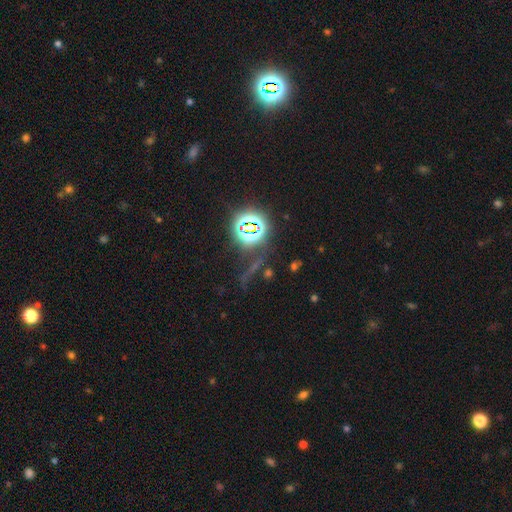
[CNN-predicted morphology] Smooth or featured? star or artifact (79%)